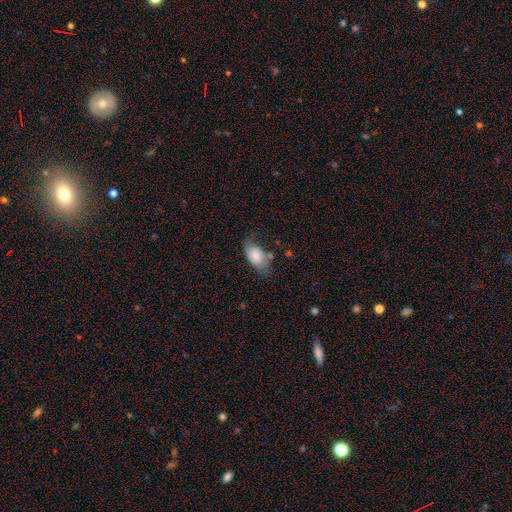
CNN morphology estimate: Overall: smooth (74%). How rounded: in between (91%). Merging: none (50%; minor disturbance 33%).